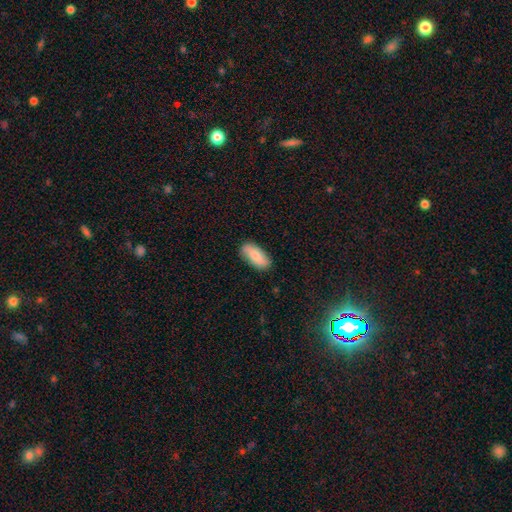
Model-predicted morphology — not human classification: type=smooth (79%); roundness=in between (87%); merging=none (85%).